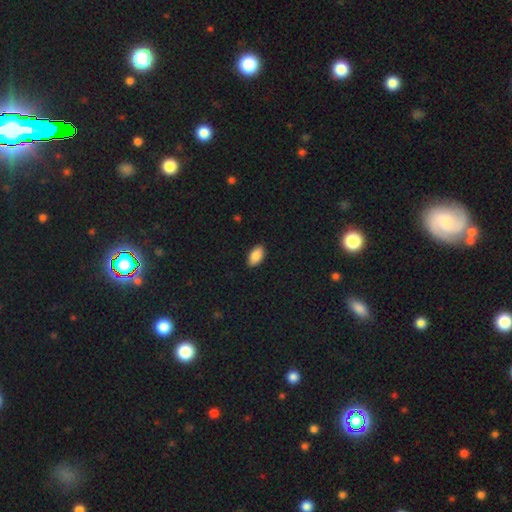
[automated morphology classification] smooth-or-featured: smooth: 88% | star or artifact: 7% | featured or disk: 5%
  how-rounded: in between: 95% | round: 3% | cigar-shaped: 2%
  merging: none: 89% | minor disturbance: 8% | major disturbance: 2% | merger: 1%